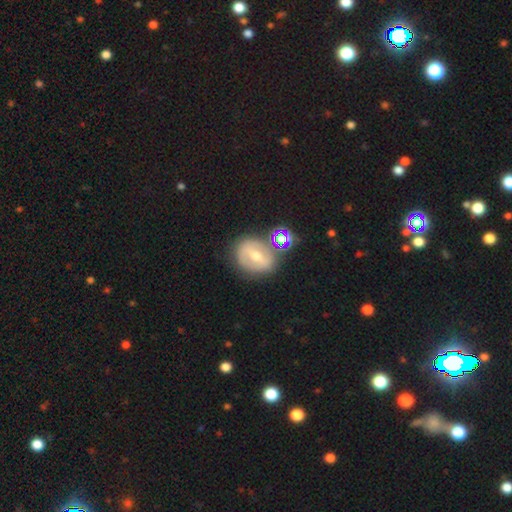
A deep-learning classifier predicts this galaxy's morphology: smooth-or-featured: featured or disk: 53% | smooth: 35% | star or artifact: 12%
  disk-edge-on: no: 93% | yes: 7%
  merging: none: 69% | minor disturbance: 15% | merger: 10% | major disturbance: 6%